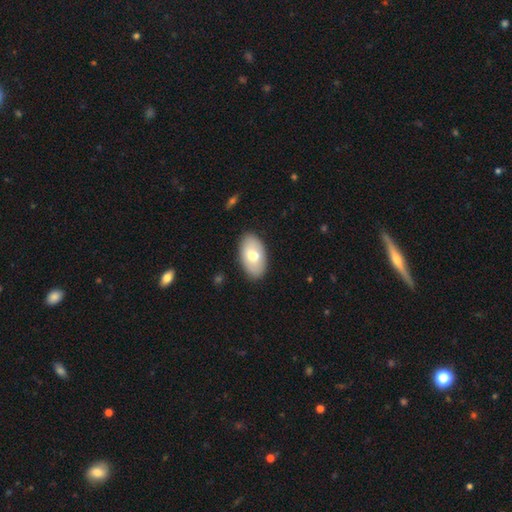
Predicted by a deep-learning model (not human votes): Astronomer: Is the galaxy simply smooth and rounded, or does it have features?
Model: smooth — 71%.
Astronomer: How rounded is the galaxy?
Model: in between — 94%.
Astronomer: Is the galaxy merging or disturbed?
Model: none — 86%.